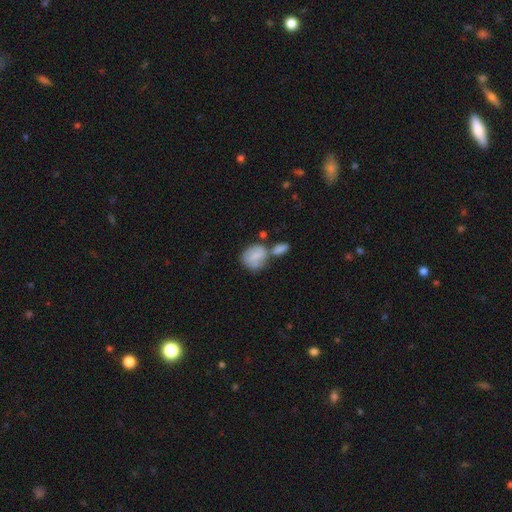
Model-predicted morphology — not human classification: smooth 65%, featured or disk 28%, star or artifact 7%. Down the decision tree: how rounded — round (58%); merging — merger (44%).